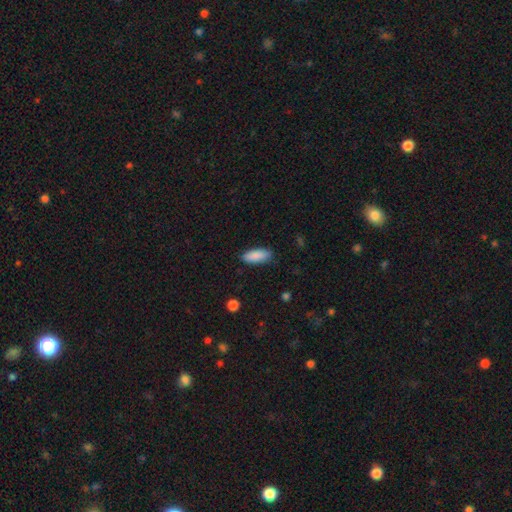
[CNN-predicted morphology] type=smooth (89%); roundness=in between (77%); merging=none (86%).